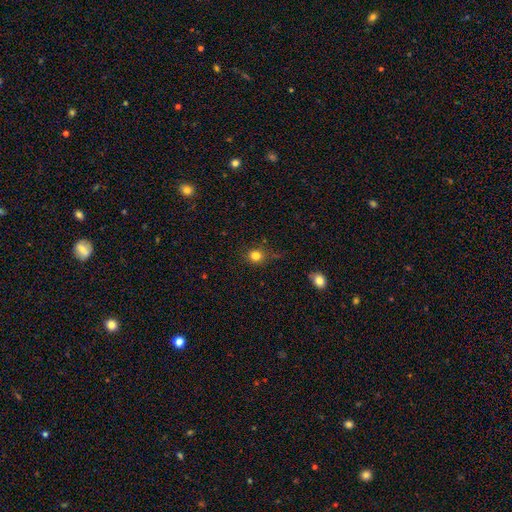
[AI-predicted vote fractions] Smooth or featured: smooth — 81% (star or artifact — 13%)
How rounded: round — 81% (in between — 18%)
Merging: none — 77% (minor disturbance — 15%)